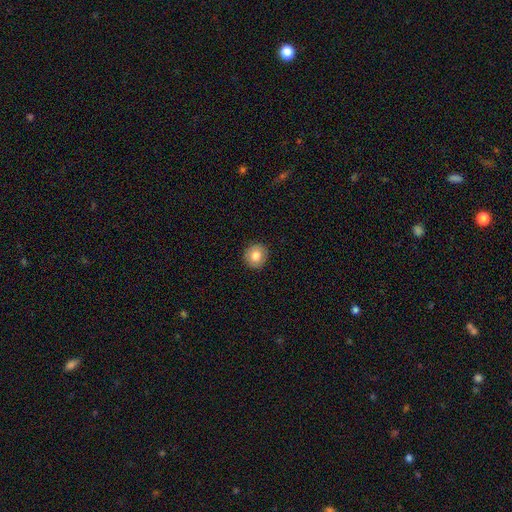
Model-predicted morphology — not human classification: Overall: smooth (81%). How rounded: round (91%). Merging: none (91%).